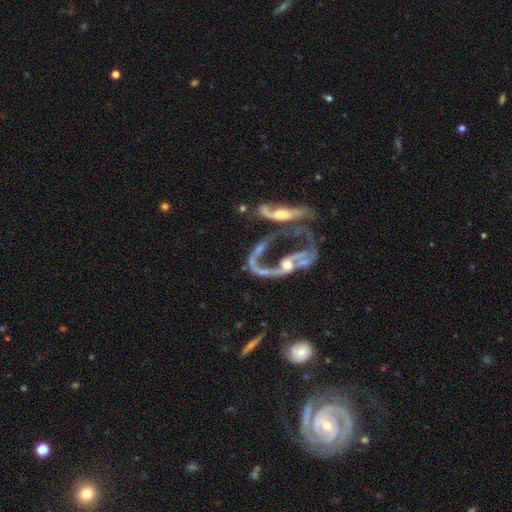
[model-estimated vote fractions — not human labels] smooth_or_featured: featured or disk (p=0.75) [alt: smooth p=0.14]
disk_edge_on: no (p=0.88) [alt: yes p=0.12]
bar: no (p=0.68) [alt: weak p=0.21]
has_spiral_arms: yes (p=0.59) [alt: no p=0.41]
bulge_size: small (p=0.38) [alt: moderate p=0.34]
merging: merger (p=0.52) [alt: major disturbance p=0.27]